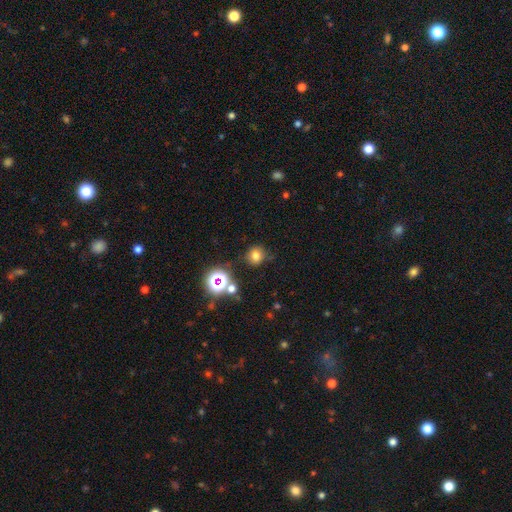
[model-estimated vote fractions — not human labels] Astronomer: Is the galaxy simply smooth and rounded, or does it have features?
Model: smooth — 73%.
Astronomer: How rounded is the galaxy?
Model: round — 88%.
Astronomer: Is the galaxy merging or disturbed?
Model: none — 82%.